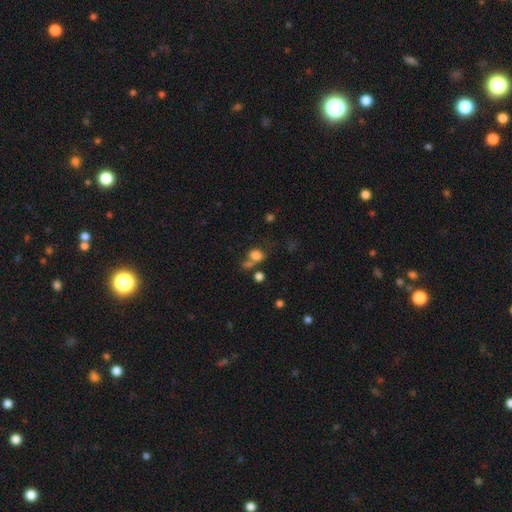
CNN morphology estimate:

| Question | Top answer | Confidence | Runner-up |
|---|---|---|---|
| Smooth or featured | smooth | 76% | star or artifact (14%) |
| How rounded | in between | 54% | round (44%) |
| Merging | none | 41% | merger (31%) |